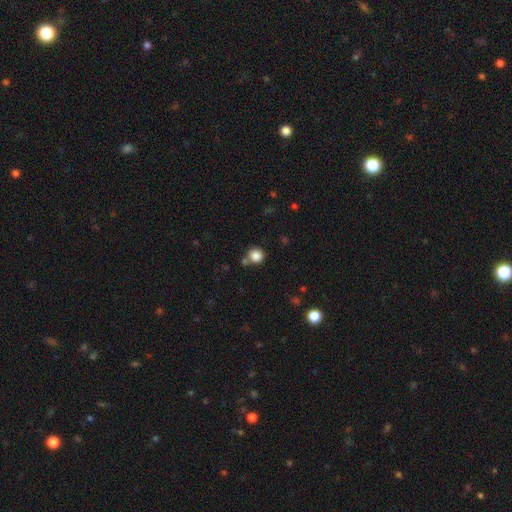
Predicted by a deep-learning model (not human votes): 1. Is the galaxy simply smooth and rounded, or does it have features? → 85% smooth, 11% star or artifact, 4% featured or disk.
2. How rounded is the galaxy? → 90% round, 9% in between, 1% cigar-shaped.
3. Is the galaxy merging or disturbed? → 70% none, 16% merger, 10% minor disturbance, 4% major disturbance.